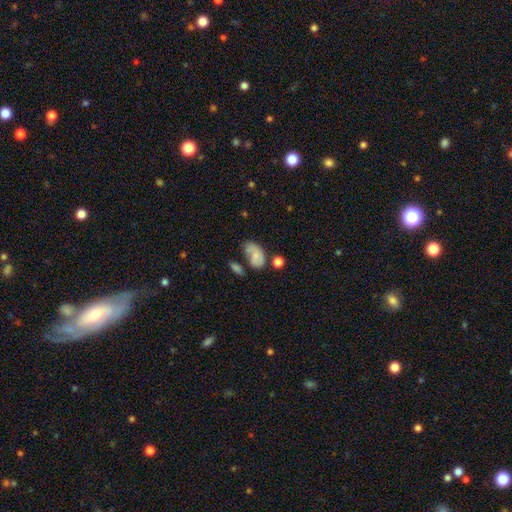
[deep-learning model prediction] The model was most divided on "merging": none: 34%, minor disturbance: 26%, merger: 23%, major disturbance: 17%. More confident: how rounded — in between (88%); smooth or featured — smooth (71%).